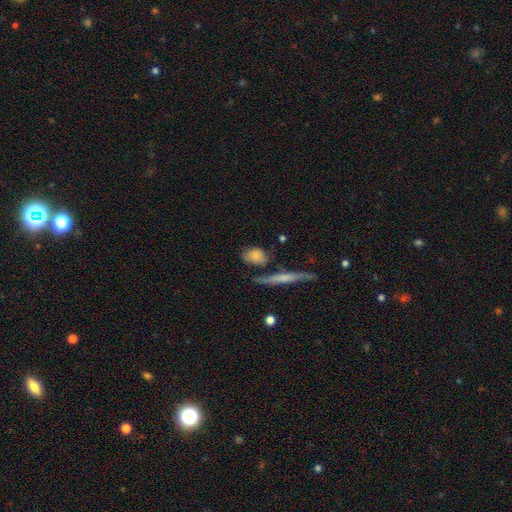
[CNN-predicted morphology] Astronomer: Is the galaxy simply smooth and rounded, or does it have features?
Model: smooth — 75%.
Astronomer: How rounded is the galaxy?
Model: in between — 58%.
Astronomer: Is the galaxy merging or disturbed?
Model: none — 54%.